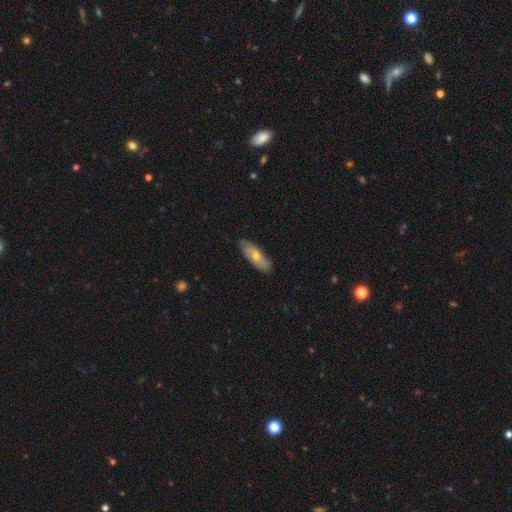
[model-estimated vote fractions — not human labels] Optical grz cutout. It shows a featured or disk galaxy (47%). Merging: none (84%).